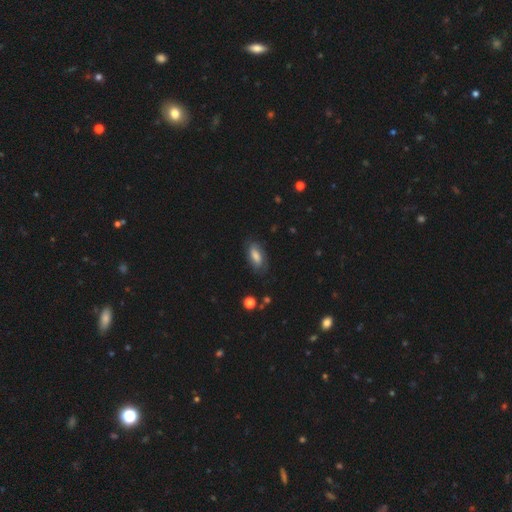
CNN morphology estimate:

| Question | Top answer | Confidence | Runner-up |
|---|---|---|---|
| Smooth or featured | smooth | 66% | featured or disk (26%) |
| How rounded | in between | 82% | cigar-shaped (15%) |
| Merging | none | 74% | minor disturbance (19%) |